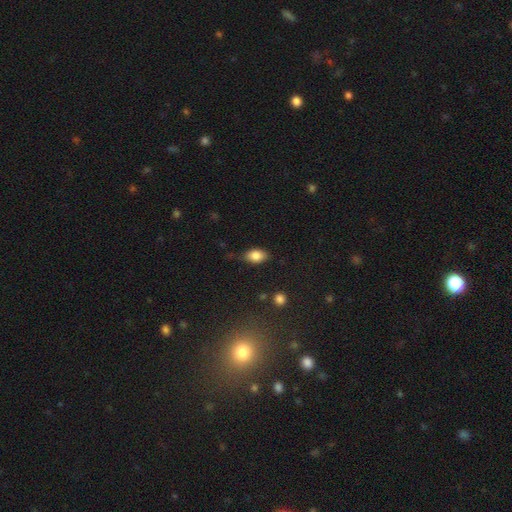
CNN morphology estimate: Smooth or featured: smooth — 83% (featured or disk — 9%)
How rounded: in between — 86% (round — 11%)
Merging: none — 70% (minor disturbance — 23%)